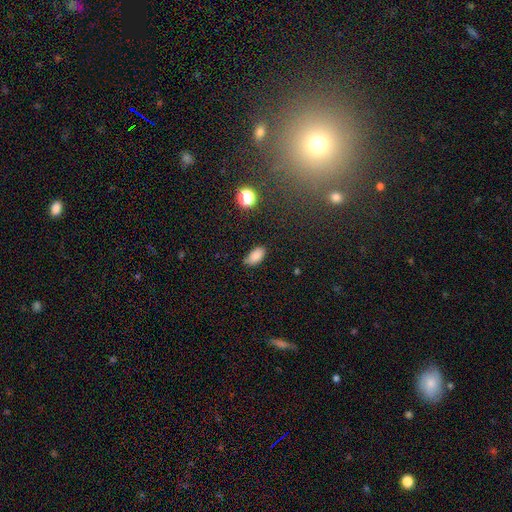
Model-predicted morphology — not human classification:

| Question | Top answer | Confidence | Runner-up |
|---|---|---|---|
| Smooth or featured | smooth | 85% | star or artifact (10%) |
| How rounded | in between | 92% | round (4%) |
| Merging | none | 71% | minor disturbance (23%) |